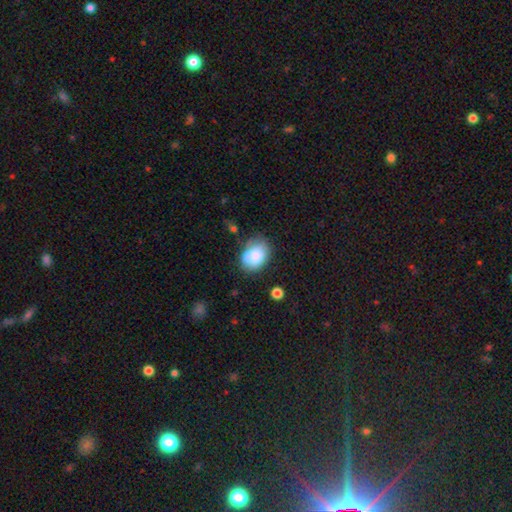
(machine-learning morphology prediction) A smooth galaxy with no disk features (75%) that is in between round and cigar-shaped (67%). Merging: none (53%).